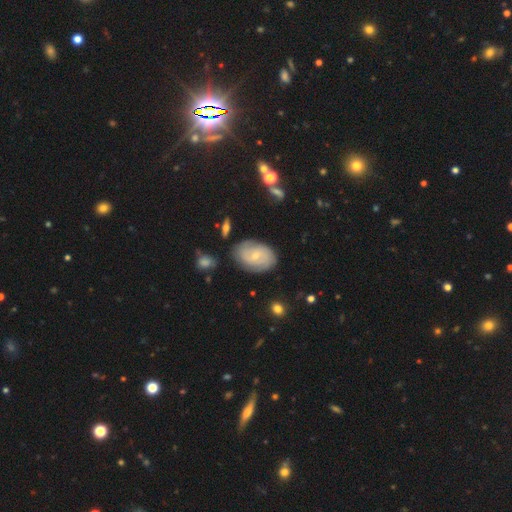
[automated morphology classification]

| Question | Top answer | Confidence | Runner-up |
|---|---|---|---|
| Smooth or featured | featured or disk | 60% | smooth (32%) |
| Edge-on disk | no | 95% | yes (5%) |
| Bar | no | 57% | weak (37%) |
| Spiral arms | yes | 83% | no (17%) |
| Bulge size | small | 73% | moderate (23%) |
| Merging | none | 78% | minor disturbance (15%) |